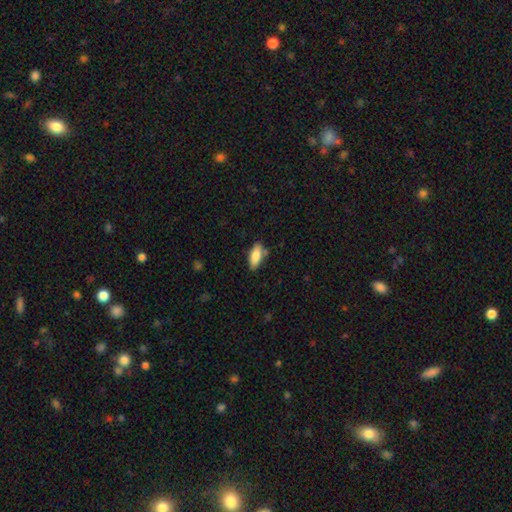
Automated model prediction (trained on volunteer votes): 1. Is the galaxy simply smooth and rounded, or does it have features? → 83% smooth, 11% featured or disk, 6% star or artifact.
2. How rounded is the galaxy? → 80% in between, 18% cigar-shaped, 2% round.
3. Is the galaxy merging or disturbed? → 77% none, 15% minor disturbance, 5% merger, 3% major disturbance.